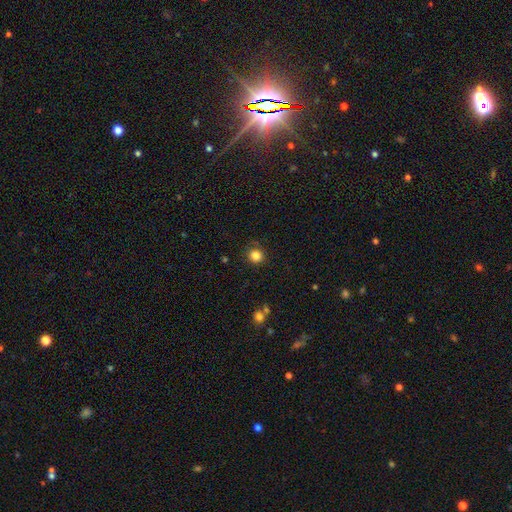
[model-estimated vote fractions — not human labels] Smooth or featured?
  - smooth: 83% *
  - star or artifact: 12%
  - featured or disk: 5%
How rounded?
  - round: 89% *
  - in between: 10%
  - cigar-shaped: 1%
Merging?
  - none: 84% *
  - minor disturbance: 11%
  - major disturbance: 3%
  - merger: 2%